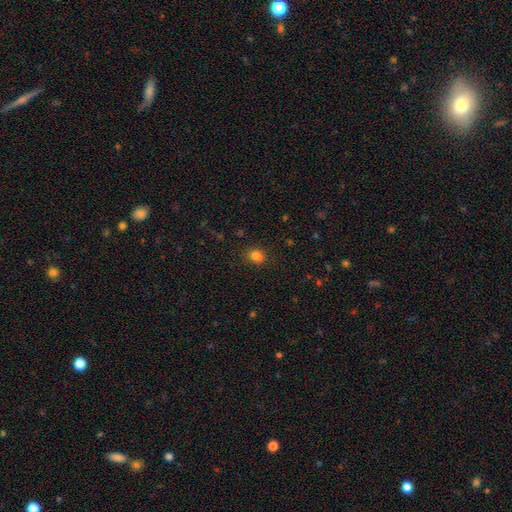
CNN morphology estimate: Smooth or featured: smooth — 79% (star or artifact — 14%)
How rounded: round — 60% (in between — 39%)
Merging: none — 74% (minor disturbance — 15%)